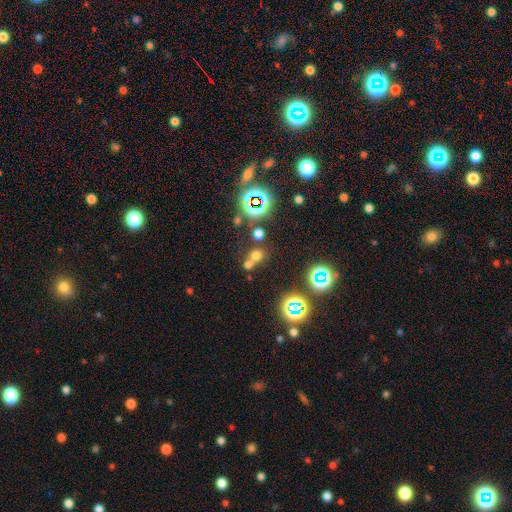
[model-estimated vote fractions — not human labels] Smooth or featured? smooth (55%)
How rounded? round (82%)
Merging? none (46%)